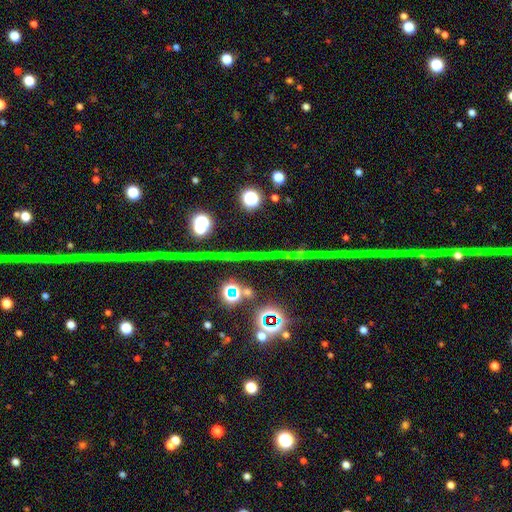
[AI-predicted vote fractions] smooth_or_featured: star or artifact (p=0.71) [alt: featured or disk p=0.17]